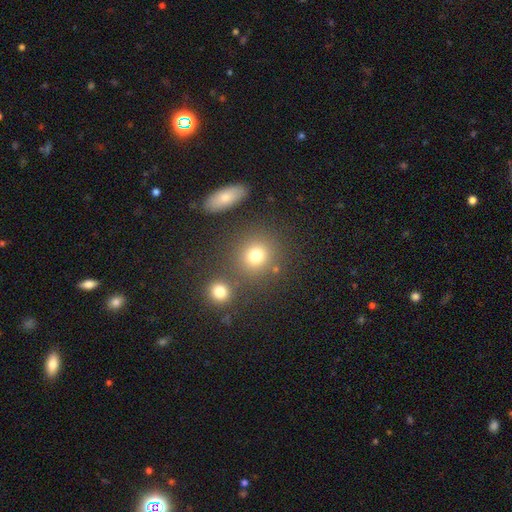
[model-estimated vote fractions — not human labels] smooth 77%, star or artifact 15%, featured or disk 8%. Down the decision tree: how rounded — round (86%); merging — none (76%).